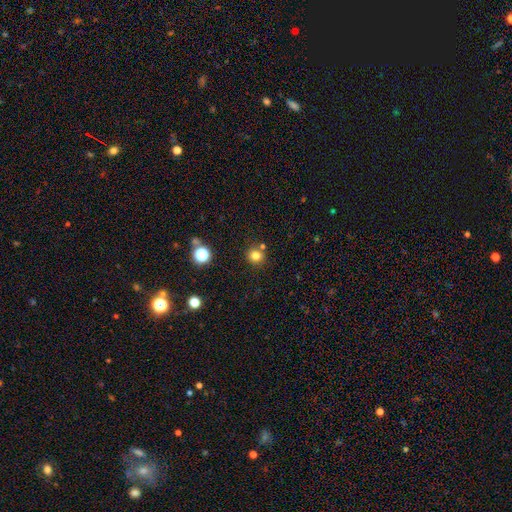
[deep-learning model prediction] A smooth galaxy with no disk features (78%) that is round (89%). Merging: none (78%).